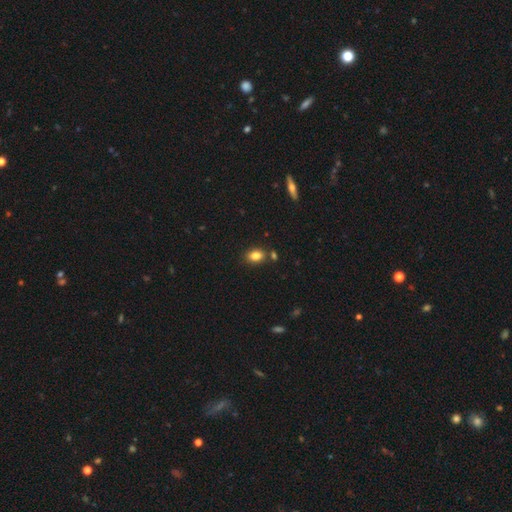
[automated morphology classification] Smooth or featured: smooth — 83% (star or artifact — 10%)
How rounded: in between — 71% (round — 27%)
Merging: none — 76% (minor disturbance — 11%)